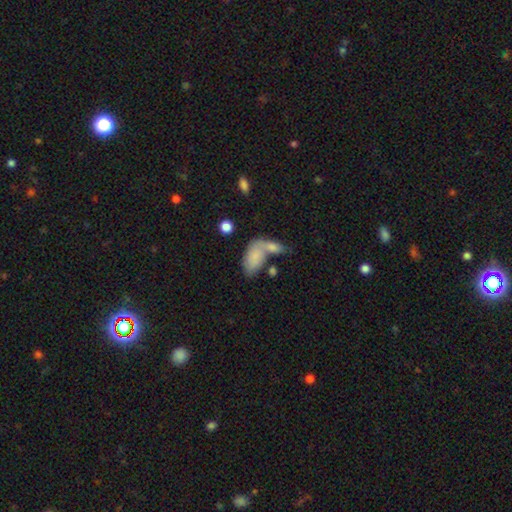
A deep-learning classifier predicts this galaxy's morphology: Smooth or featured: smooth — 79% (featured or disk — 14%)
How rounded: in between — 92% (cigar-shaped — 4%)
Merging: merger — 45% (none — 32%)